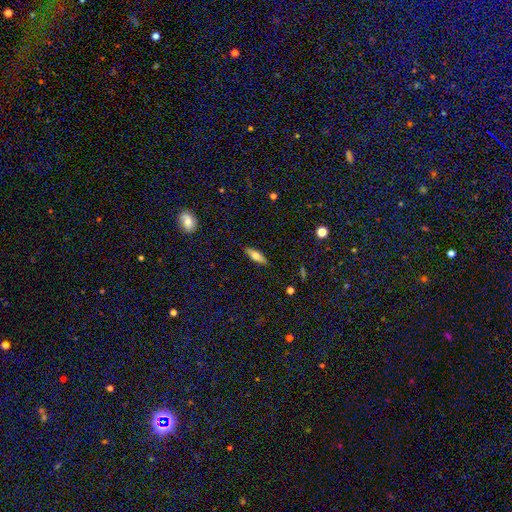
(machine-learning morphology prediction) smooth 71%, featured or disk 21%, star or artifact 7%. Down the decision tree: how rounded — in between (59%); merging — none (86%).